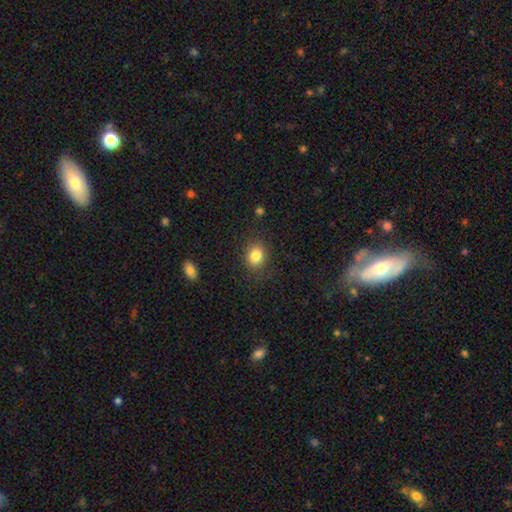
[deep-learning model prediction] The model was most divided on "how rounded": round: 60%, in between: 39%, cigar-shaped: 1%. More confident: smooth or featured — smooth (83%); merging — none (83%).